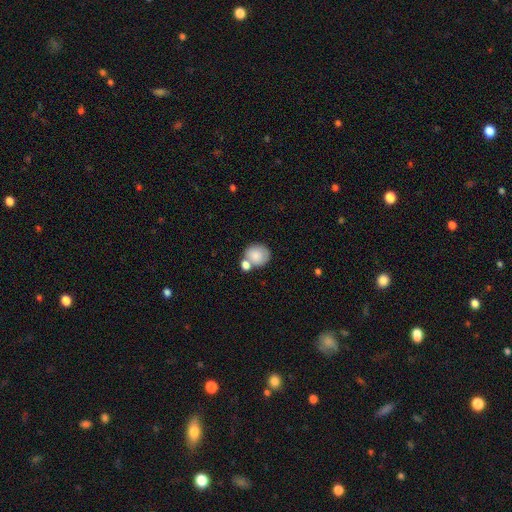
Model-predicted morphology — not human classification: smooth-or-featured: smooth: 80% | featured or disk: 13% | star or artifact: 7%
  how-rounded: round: 73% | in between: 26% | cigar-shaped: 1%
  merging: none: 43% | merger: 37% | minor disturbance: 14% | major disturbance: 6%